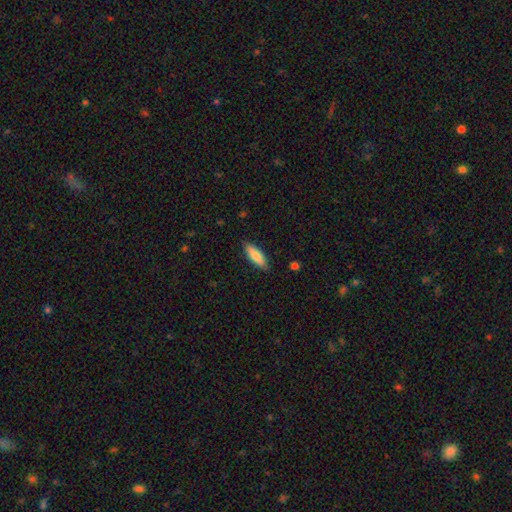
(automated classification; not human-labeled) This appears to be a smooth galaxy with no disk features (82%) that is in between round and cigar-shaped (55%). Merging: none (86%).